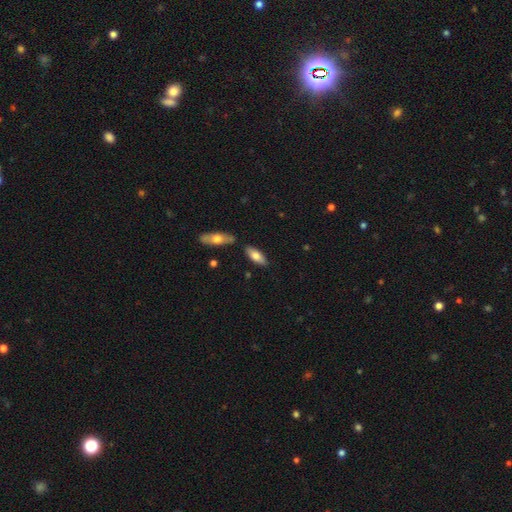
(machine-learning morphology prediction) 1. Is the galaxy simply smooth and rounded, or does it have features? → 71% smooth, 23% featured or disk, 6% star or artifact.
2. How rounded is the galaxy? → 72% in between, 26% cigar-shaped, 2% round.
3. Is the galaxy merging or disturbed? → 77% none, 12% minor disturbance, 9% merger, 2% major disturbance.